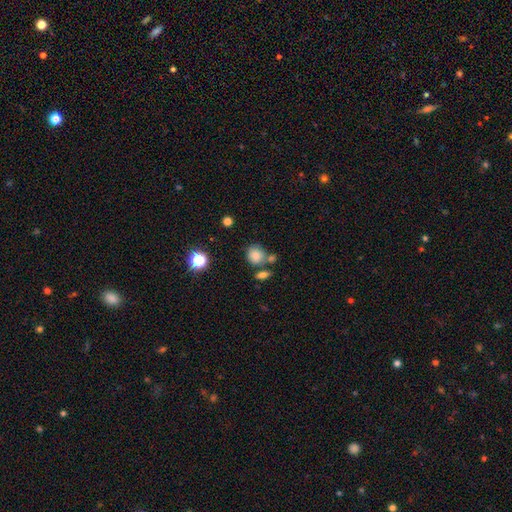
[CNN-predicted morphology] A smooth galaxy with no disk features (81%) that is round (76%).

Vote fractions:
- Smooth or featured? smooth: 81% / star or artifact: 12% / featured or disk: 7%
- How rounded? round: 76% / in between: 22% / cigar-shaped: 1%
- Merging? none: 59% / merger: 21% / minor disturbance: 15% / major disturbance: 5%